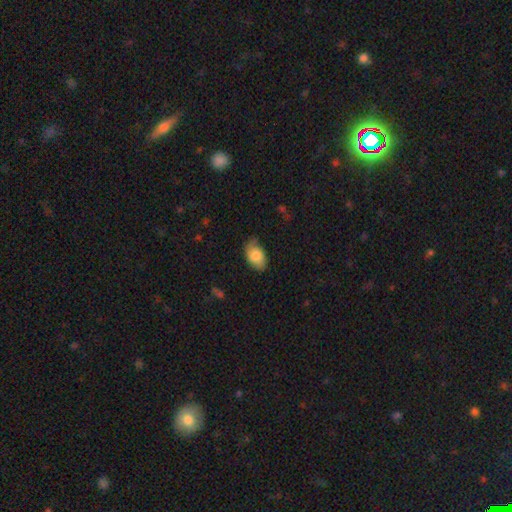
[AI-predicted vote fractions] smooth 79%, featured or disk 14%, star or artifact 7%. Down the decision tree: how rounded — in between (92%); merging — none (70%).